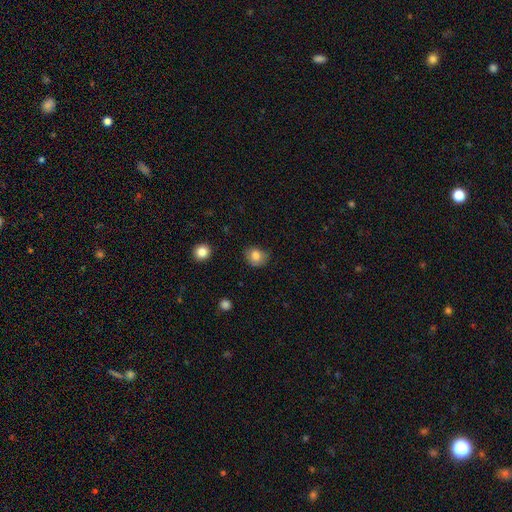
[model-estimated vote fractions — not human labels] Q: Smooth or featured?
A: smooth (83%); runner-up: star or artifact (9%)
Q: How rounded?
A: round (65%); runner-up: in between (35%)
Q: Merging?
A: none (68%); runner-up: minor disturbance (25%)